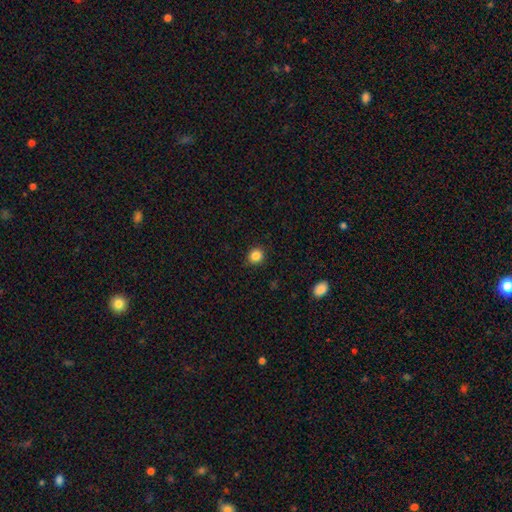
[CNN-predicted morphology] smooth_or_featured: smooth (p=0.86) [alt: star or artifact p=0.11]
how_rounded: round (p=0.87) [alt: in between p=0.12]
merging: none (p=0.90) [alt: minor disturbance p=0.07]